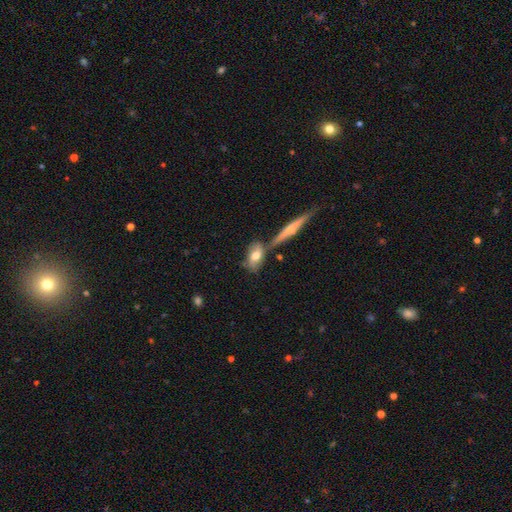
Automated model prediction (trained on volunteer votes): A smooth galaxy with no disk features (63%) that is in between round and cigar-shaped (78%).

Vote fractions:
- Smooth or featured? smooth: 63% / featured or disk: 30% / star or artifact: 7%
- How rounded? in between: 78% / cigar-shaped: 15% / round: 7%
- Merging? none: 55% / merger: 22% / minor disturbance: 17% / major disturbance: 6%